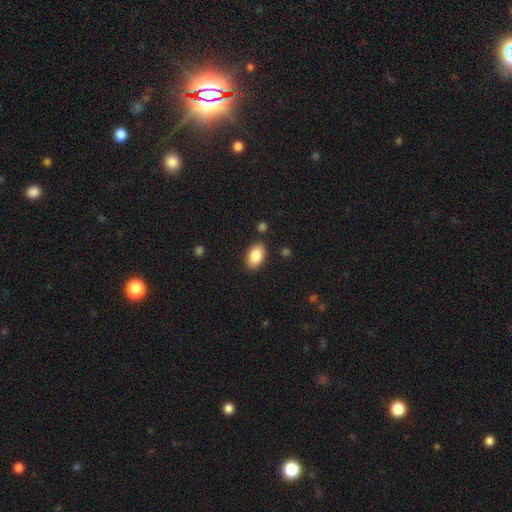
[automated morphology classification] Smooth or featured?
  - smooth: 87% *
  - star or artifact: 7%
  - featured or disk: 6%
How rounded?
  - in between: 92% *
  - round: 6%
  - cigar-shaped: 1%
Merging?
  - none: 85% *
  - minor disturbance: 10%
  - major disturbance: 2%
  - merger: 2%